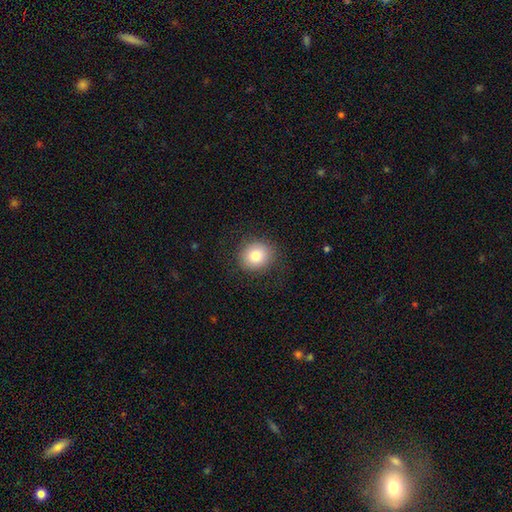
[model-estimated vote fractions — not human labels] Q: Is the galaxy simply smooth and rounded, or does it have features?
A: smooth — 81%.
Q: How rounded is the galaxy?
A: round — 82%.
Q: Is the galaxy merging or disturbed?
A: none — 87%.